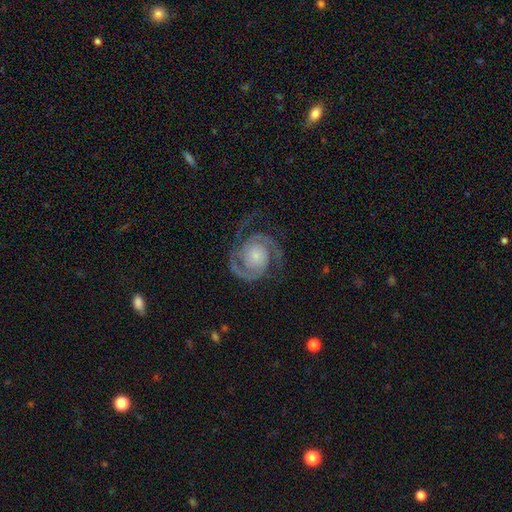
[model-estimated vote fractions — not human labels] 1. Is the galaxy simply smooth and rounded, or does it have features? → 93% featured or disk, 4% star or artifact, 3% smooth.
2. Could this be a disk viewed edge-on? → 98% no, 2% yes.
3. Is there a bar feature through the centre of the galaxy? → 74% no, 19% weak, 6% strong.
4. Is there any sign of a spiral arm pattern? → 99% yes, 1% no.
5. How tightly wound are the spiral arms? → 48% tight, 44% medium, 8% loose.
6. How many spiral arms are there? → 92% 2, 3% 3, 2% can't tell, 1% 1, 1% 4, 1% more than 4.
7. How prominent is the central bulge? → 55% small, 28% moderate, 8% none, 7% large, 2% dominant.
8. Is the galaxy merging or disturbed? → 76% none, 14% minor disturbance, 9% major disturbance, 1% merger.